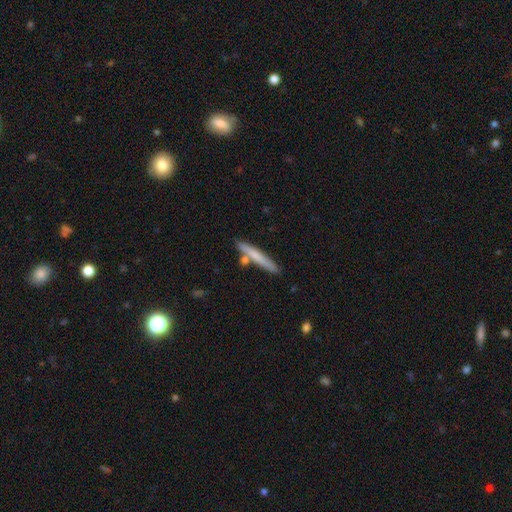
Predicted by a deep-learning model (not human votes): Q: Smooth or featured?
A: smooth (66%); runner-up: featured or disk (29%)
Q: How rounded?
A: cigar-shaped (94%); runner-up: in between (4%)
Q: Merging?
A: none (79%); runner-up: minor disturbance (11%)